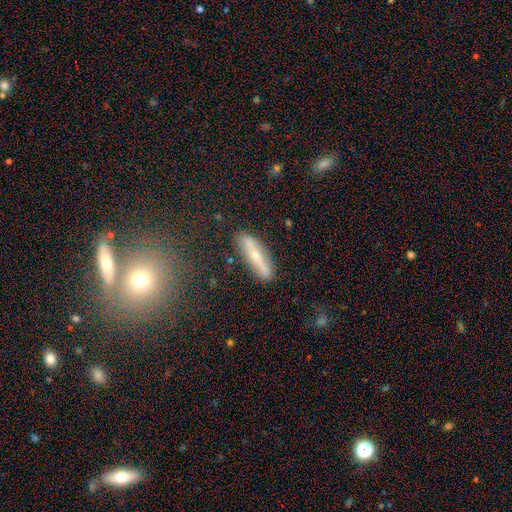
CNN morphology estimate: A featured or disk galaxy (54%) viewed edge-on (72%). Merging: none (84%).